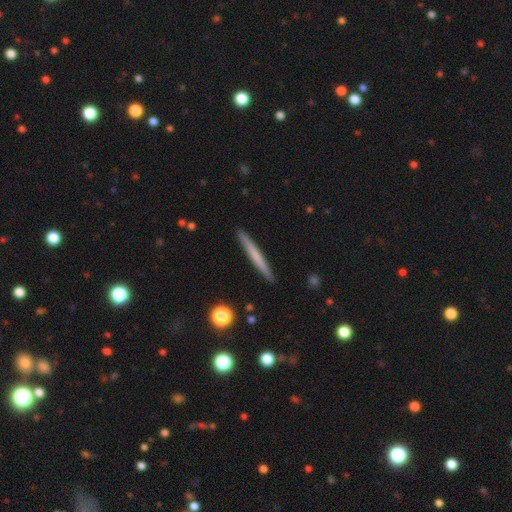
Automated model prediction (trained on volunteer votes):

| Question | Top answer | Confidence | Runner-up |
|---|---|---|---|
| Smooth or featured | smooth | 59% | featured or disk (35%) |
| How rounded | cigar-shaped | 97% | in between (2%) |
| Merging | none | 92% | minor disturbance (6%) |